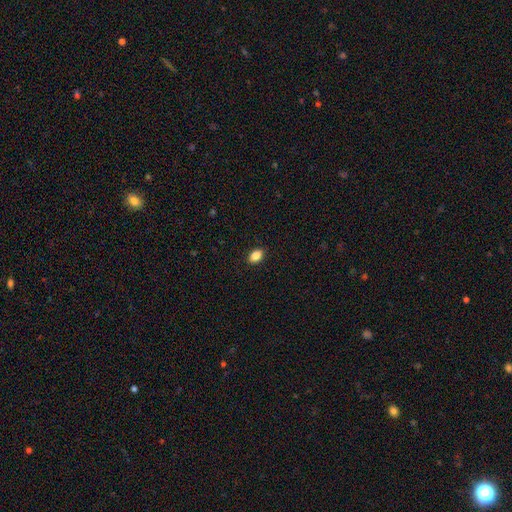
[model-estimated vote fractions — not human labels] smooth_or_featured: smooth (p=0.87) [alt: star or artifact p=0.09]
how_rounded: in between (p=0.84) [alt: round p=0.14]
merging: none (p=0.89) [alt: minor disturbance p=0.08]